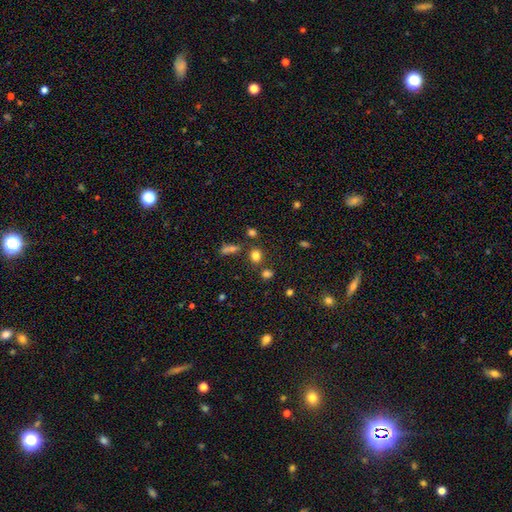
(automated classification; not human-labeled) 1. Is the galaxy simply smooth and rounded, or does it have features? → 76% smooth, 17% star or artifact, 7% featured or disk.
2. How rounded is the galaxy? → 57% round, 41% in between, 2% cigar-shaped.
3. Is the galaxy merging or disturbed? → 73% none, 12% merger, 11% minor disturbance, 4% major disturbance.